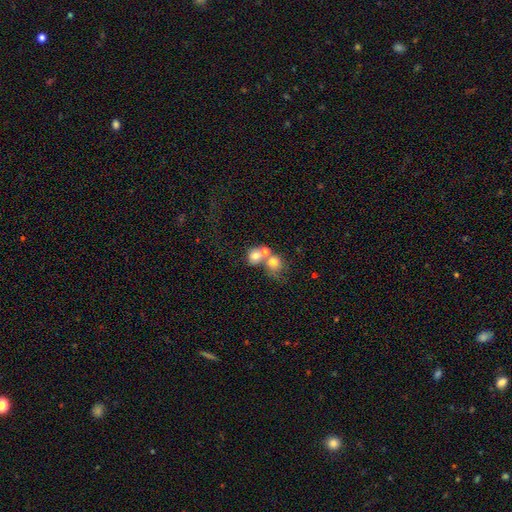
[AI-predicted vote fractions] Smooth or featured?
  - smooth: 69% *
  - featured or disk: 19%
  - star or artifact: 12%
How rounded?
  - round: 75% *
  - in between: 24%
  - cigar-shaped: 1%
Merging?
  - merger: 62% *
  - none: 27%
  - minor disturbance: 6%
  - major disturbance: 5%